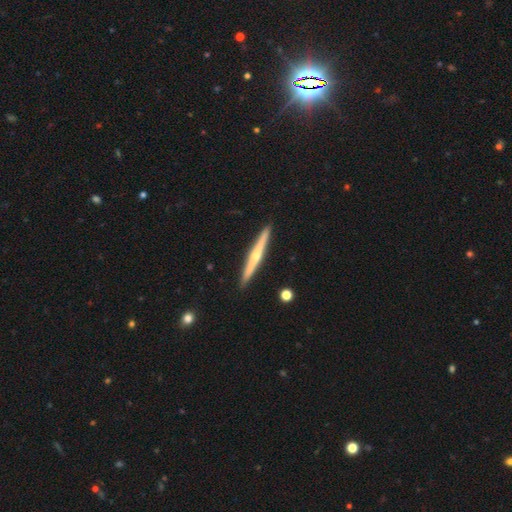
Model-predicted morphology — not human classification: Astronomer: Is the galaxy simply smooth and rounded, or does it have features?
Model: featured or disk — 71%.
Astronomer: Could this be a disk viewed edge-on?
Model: yes — 98%.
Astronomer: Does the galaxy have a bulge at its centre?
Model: rounded — 82%.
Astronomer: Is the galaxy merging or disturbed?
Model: none — 92%.